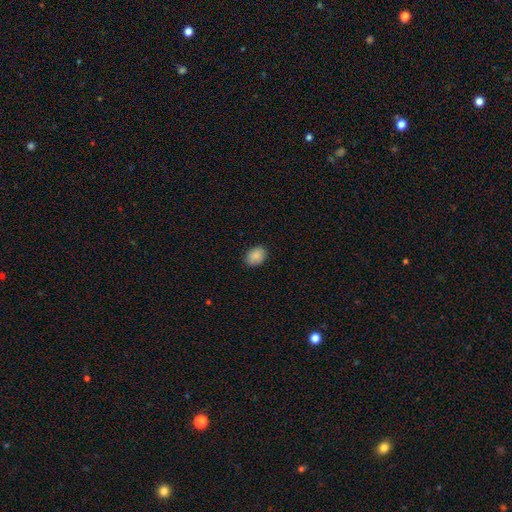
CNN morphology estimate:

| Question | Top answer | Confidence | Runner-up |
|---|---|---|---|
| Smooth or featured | smooth | 89% | star or artifact (8%) |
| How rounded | in between | 67% | round (32%) |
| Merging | none | 87% | minor disturbance (10%) |